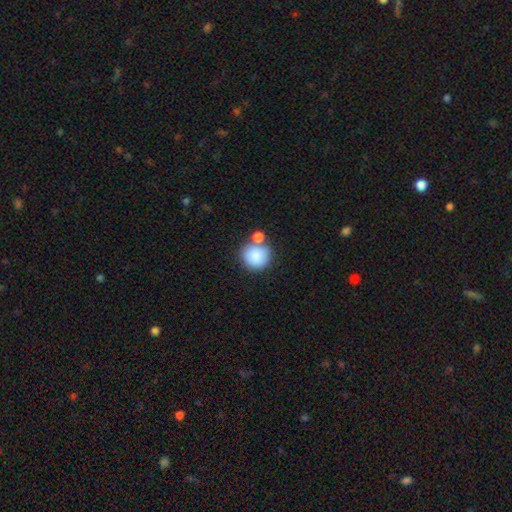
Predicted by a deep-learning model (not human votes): Overall: smooth (85%). How rounded: round (89%). Merging: none (56%; merger 28%).